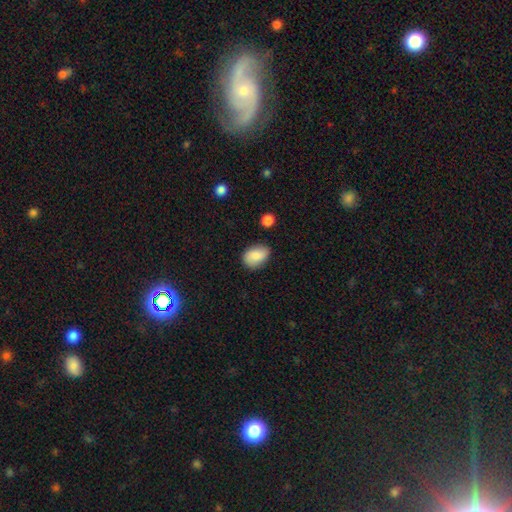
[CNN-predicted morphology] Smooth or featured? smooth (82%)
How rounded? in between (80%)
Merging? none (75%)